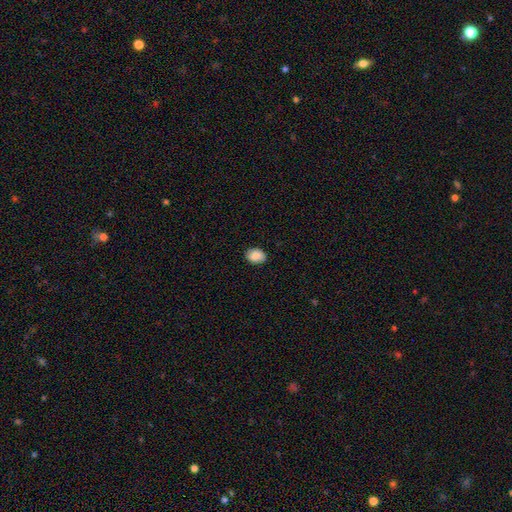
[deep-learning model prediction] smooth_or_featured: smooth (p=0.84) [alt: featured or disk p=0.08]
how_rounded: in between (p=0.67) [alt: round p=0.32]
merging: none (p=0.85) [alt: minor disturbance p=0.12]